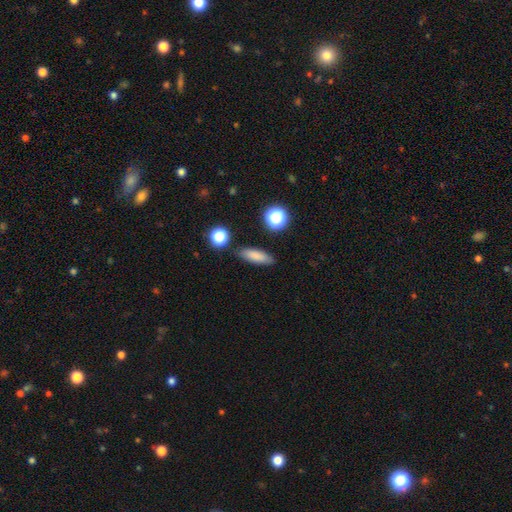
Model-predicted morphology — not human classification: Smooth or featured? smooth (82%)
How rounded? in between (53%)
Merging? none (85%)